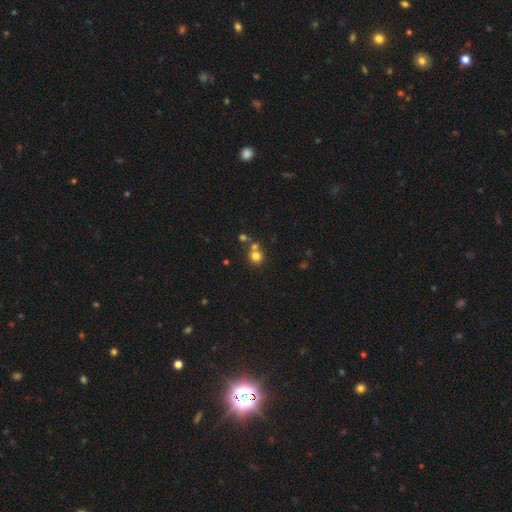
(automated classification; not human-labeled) smooth_or_featured: smooth (p=0.76) [alt: star or artifact p=0.15]
how_rounded: round (p=0.89) [alt: in between p=0.10]
merging: none (p=0.56) [alt: merger p=0.33]